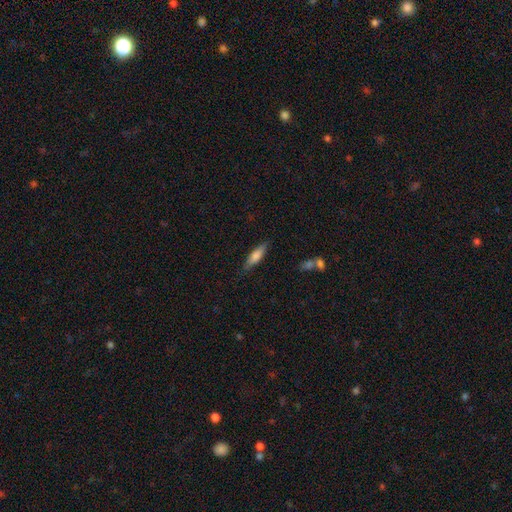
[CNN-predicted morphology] Q: Smooth or featured?
A: smooth (74%); runner-up: featured or disk (20%)
Q: How rounded?
A: cigar-shaped (58%); runner-up: in between (40%)
Q: Merging?
A: none (81%); runner-up: minor disturbance (15%)